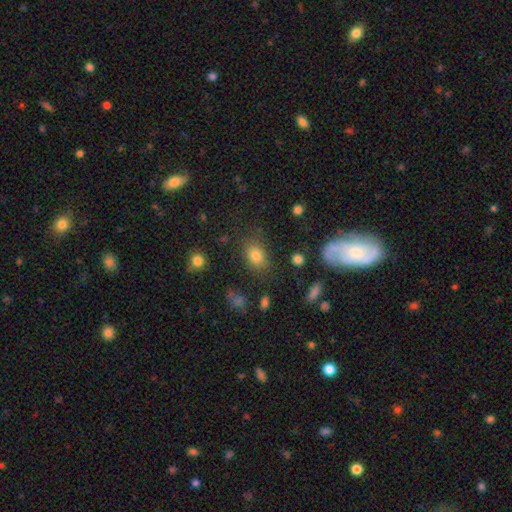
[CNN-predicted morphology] Smooth or featured: smooth — 79% (star or artifact — 13%)
How rounded: in between — 69% (round — 30%)
Merging: none — 76% (minor disturbance — 15%)